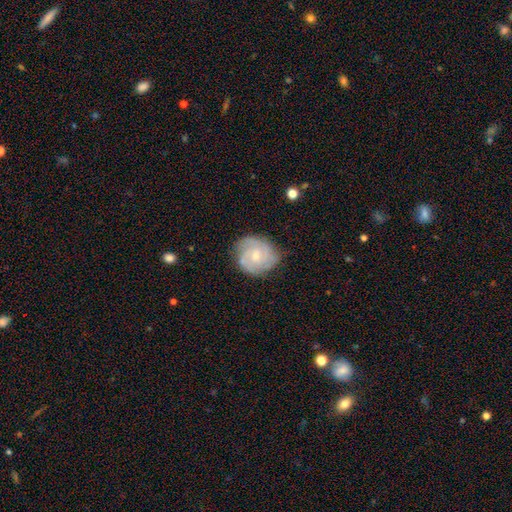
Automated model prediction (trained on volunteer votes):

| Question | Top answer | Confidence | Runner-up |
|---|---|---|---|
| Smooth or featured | featured or disk | 69% | smooth (24%) |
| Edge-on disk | no | 98% | yes (2%) |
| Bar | no | 63% | weak (33%) |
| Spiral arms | yes | 90% | no (10%) |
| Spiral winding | tight | 55% | medium (36%) |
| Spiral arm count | can't tell | 30% | 3 (28%) |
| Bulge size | small | 60% | moderate (35%) |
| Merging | none | 72% | minor disturbance (21%) |